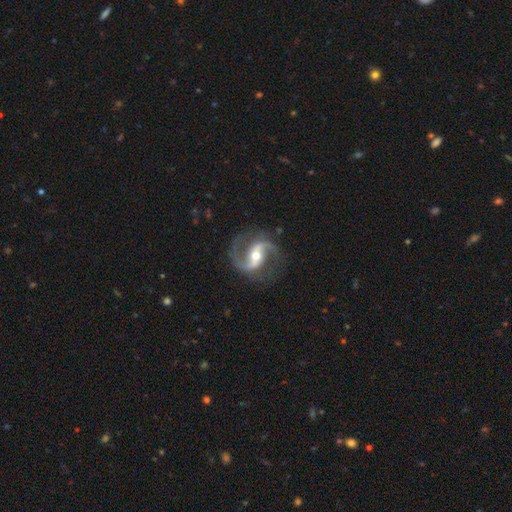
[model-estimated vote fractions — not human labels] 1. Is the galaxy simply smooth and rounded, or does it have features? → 92% featured or disk, 4% star or artifact, 4% smooth.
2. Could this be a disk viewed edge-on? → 97% no, 3% yes.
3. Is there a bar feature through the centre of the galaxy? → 41% strong, 36% weak, 23% no.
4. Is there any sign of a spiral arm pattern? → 98% yes, 2% no.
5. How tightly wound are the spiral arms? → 47% medium, 44% loose, 9% tight.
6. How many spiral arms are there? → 94% 2, 2% 1, 1% can't tell, 1% 3, 1% 4, 1% more than 4.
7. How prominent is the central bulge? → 67% moderate, 26% small, 5% large, 1% none, 1% dominant.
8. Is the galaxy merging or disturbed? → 81% none, 12% minor disturbance, 6% major disturbance, 1% merger.